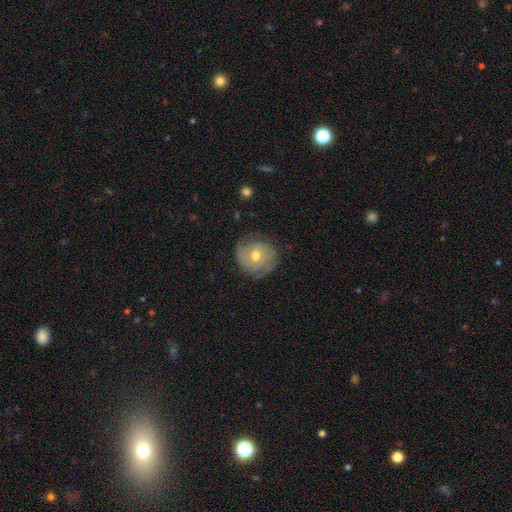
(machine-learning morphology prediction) Smooth or featured?
  - featured or disk: 56% *
  - smooth: 36%
  - star or artifact: 8%
Edge-on disk?
  - no: 97% *
  - yes: 3%
Bar?
  - no: 80% *
  - weak: 17%
  - strong: 3%
Spiral arms?
  - yes: 79% *
  - no: 21%
Bulge size?
  - moderate: 73% *
  - small: 22%
  - large: 4%
  - none: 1%
  - dominant: 1%
Merging?
  - none: 69% *
  - minor disturbance: 21%
  - major disturbance: 8%
  - merger: 1%